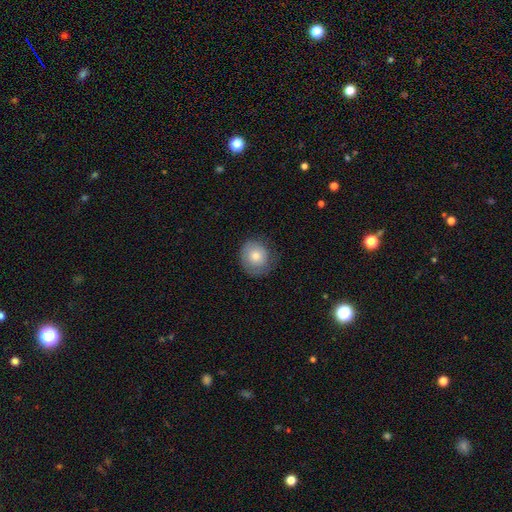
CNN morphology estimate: This is likely a smooth galaxy (72%). How rounded: clearly round (85%). Merging: likely none (70%).